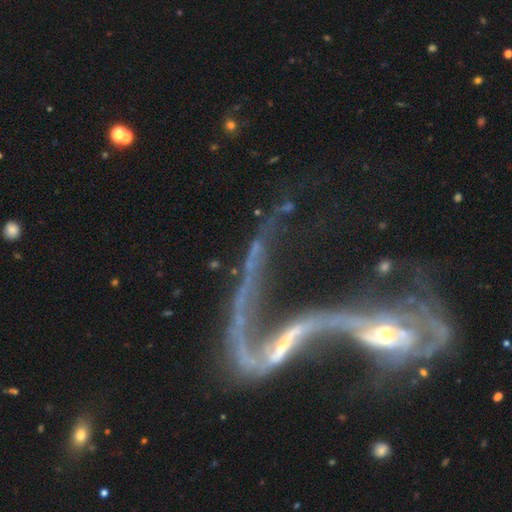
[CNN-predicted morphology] A featured or disk galaxy (77%) with no bar (39%), spiral arms (67%) and a small central bulge (42%).

Vote fractions:
- Smooth or featured? featured or disk: 77% / star or artifact: 12% / smooth: 11%
- Edge-on disk? no: 86% / yes: 14%
- Bar? no: 39% / strong: 33% / weak: 28%
- Spiral arms? yes: 67% / no: 33%
- Bulge size? small: 42% / none: 30% / moderate: 22% / large: 4% / dominant: 3%
- Merging? merger: 49% / major disturbance: 26% / none: 16% / minor disturbance: 8%